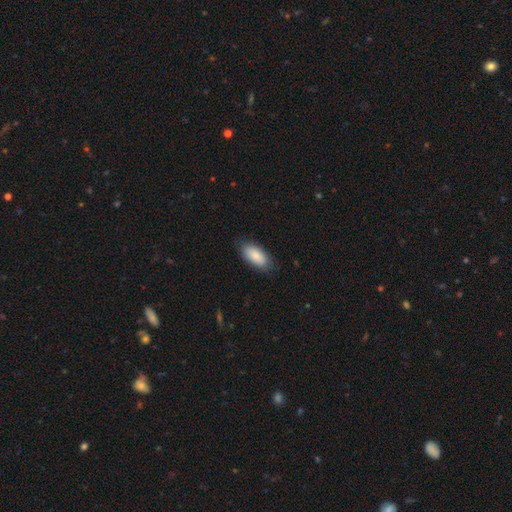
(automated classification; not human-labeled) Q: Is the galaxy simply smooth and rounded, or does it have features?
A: smooth — 87%.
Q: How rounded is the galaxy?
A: in between — 90%.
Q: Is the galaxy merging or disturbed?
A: none — 82%.